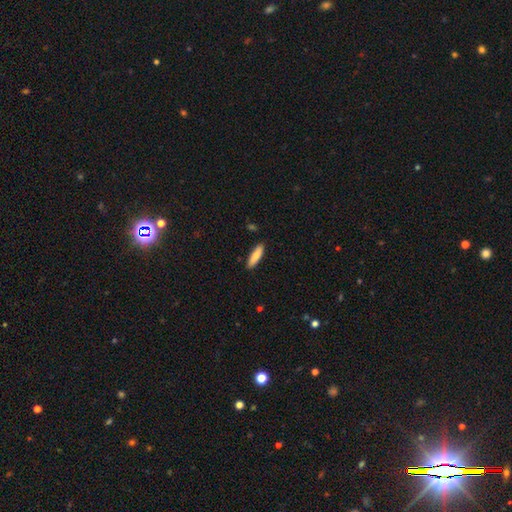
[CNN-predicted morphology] Overall: smooth (81%). How rounded: cigar-shaped (67%; in between 32%). Merging: none (88%).